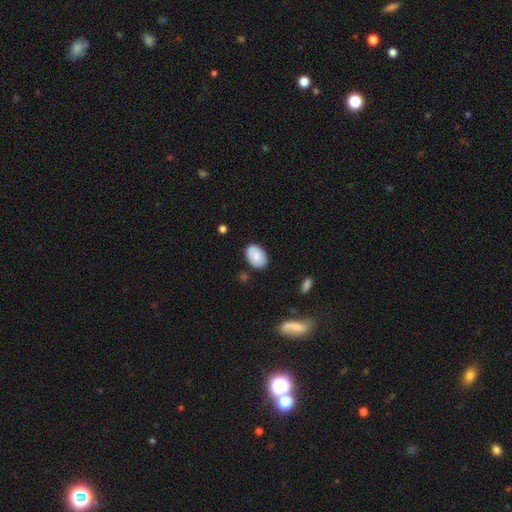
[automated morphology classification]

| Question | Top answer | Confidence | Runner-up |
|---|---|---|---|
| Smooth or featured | smooth | 80% | featured or disk (13%) |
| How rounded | in between | 89% | round (10%) |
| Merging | none | 82% | minor disturbance (13%) |